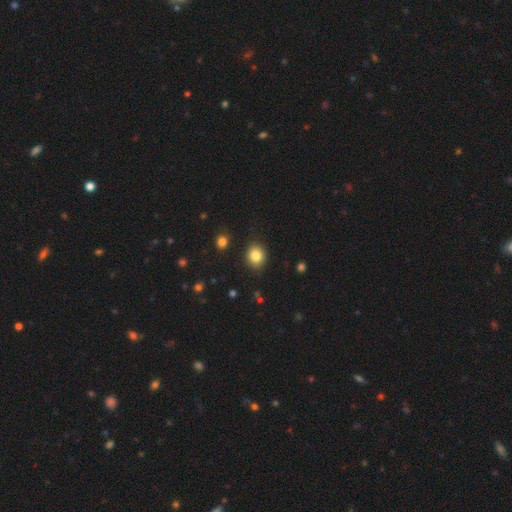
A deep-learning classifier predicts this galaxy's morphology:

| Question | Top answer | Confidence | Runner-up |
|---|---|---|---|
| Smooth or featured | smooth | 84% | star or artifact (10%) |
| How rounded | round | 67% | in between (32%) |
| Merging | none | 88% | minor disturbance (8%) |